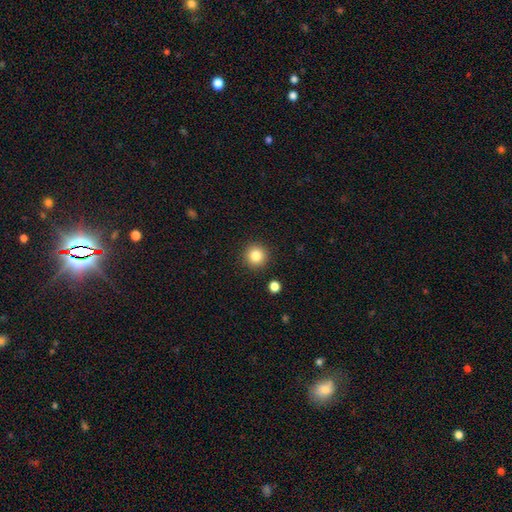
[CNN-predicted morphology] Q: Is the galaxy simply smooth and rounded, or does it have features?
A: smooth — 84%.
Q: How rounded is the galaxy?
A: round — 95%.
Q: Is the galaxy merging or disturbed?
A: none — 91%.